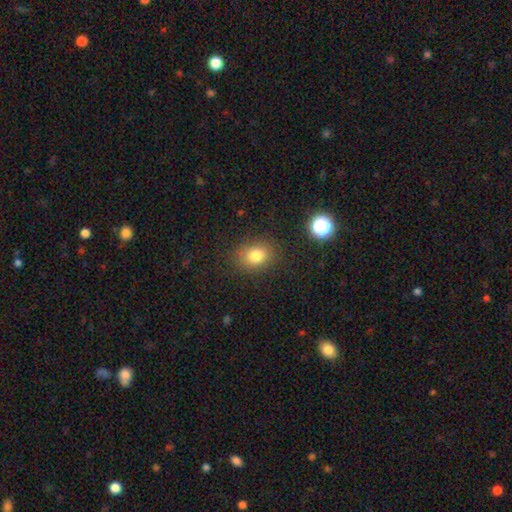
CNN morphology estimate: This is likely a smooth galaxy (79%). How rounded: possibly in between (53%). Merging: clearly none (84%).